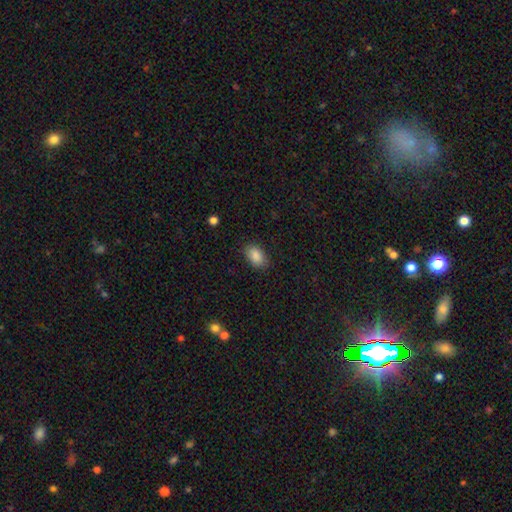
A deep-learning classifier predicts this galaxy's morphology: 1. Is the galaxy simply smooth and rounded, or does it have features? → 88% smooth, 8% star or artifact, 4% featured or disk.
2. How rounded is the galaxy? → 90% in between, 9% round, 1% cigar-shaped.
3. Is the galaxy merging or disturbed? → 84% none, 12% minor disturbance, 3% major disturbance, 1% merger.